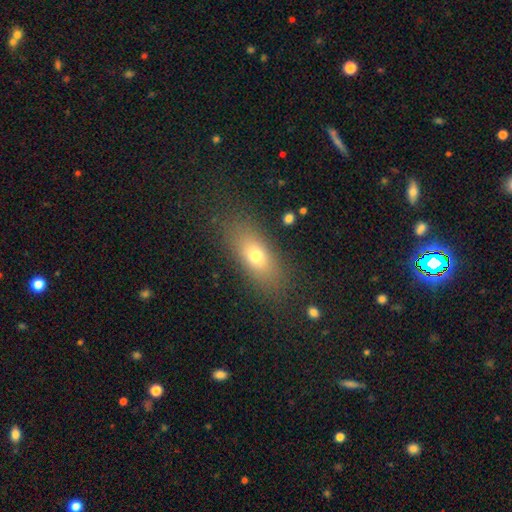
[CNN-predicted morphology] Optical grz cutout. It shows a smooth galaxy with no disk features (69%) that is in between round and cigar-shaped (72%). Merging: none (83%).